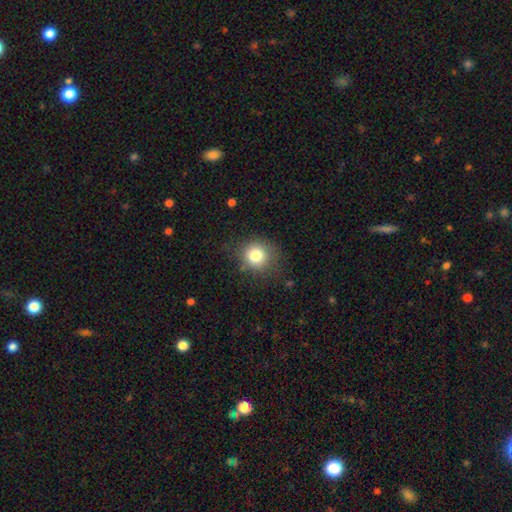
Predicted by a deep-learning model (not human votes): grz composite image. It shows a smooth galaxy with no disk features (80%) that is round (87%). Merging: none (78%).